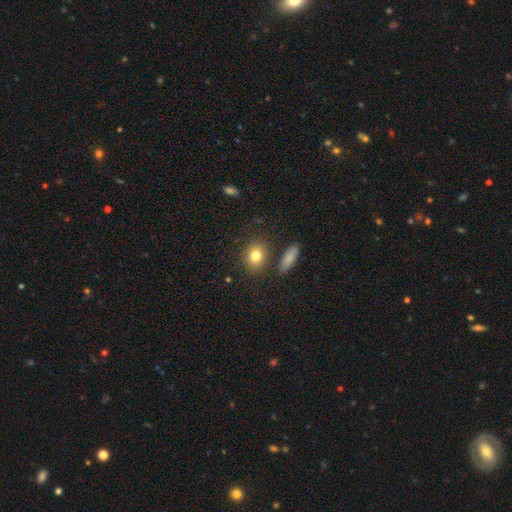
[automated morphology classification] Smooth or featured? smooth (82%)
How rounded? round (58%)
Merging? none (81%)